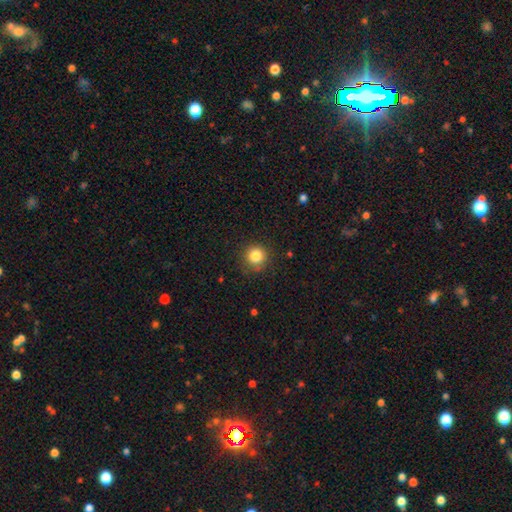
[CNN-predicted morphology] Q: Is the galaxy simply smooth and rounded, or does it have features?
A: smooth — 84%.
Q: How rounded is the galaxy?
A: round — 94%.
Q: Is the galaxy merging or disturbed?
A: none — 85%.